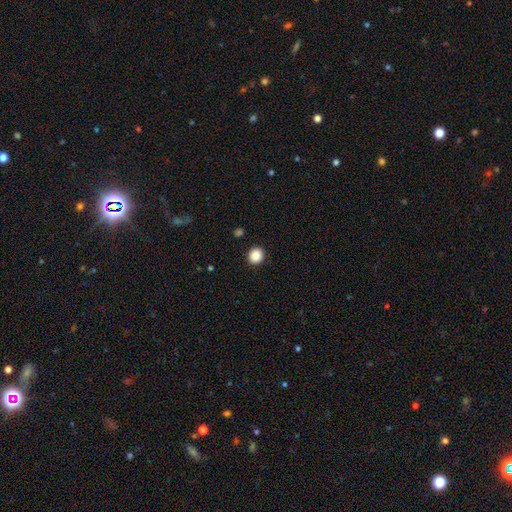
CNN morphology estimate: The model was most divided on "how rounded": round: 88%, in between: 11%, cigar-shaped: 1%. More confident: merging — none (91%); smooth or featured — smooth (88%).